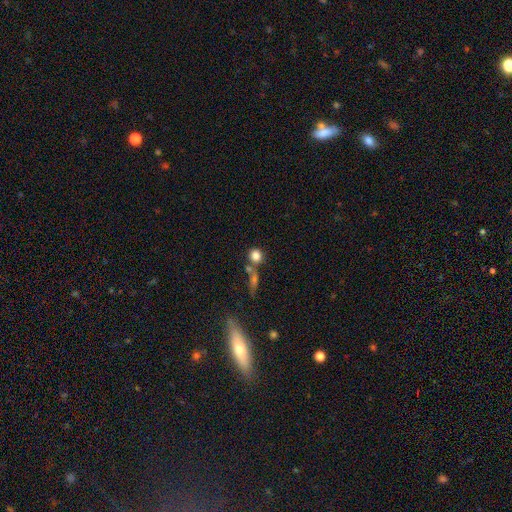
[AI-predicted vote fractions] Overall: smooth (80%). How rounded: round (79%). Merging: none (56%; merger 28%).